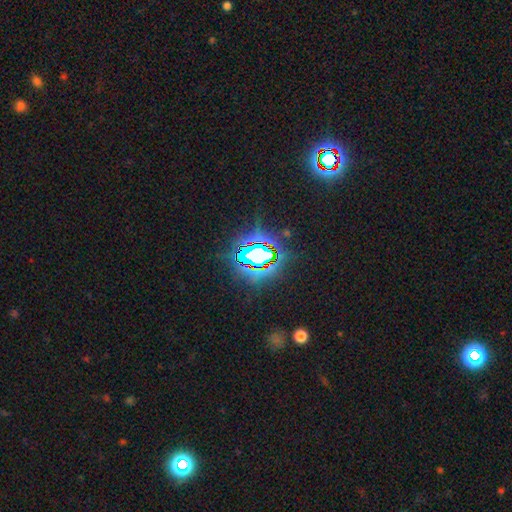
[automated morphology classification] Smooth or featured? Predicted: star or artifact (p=0.78).